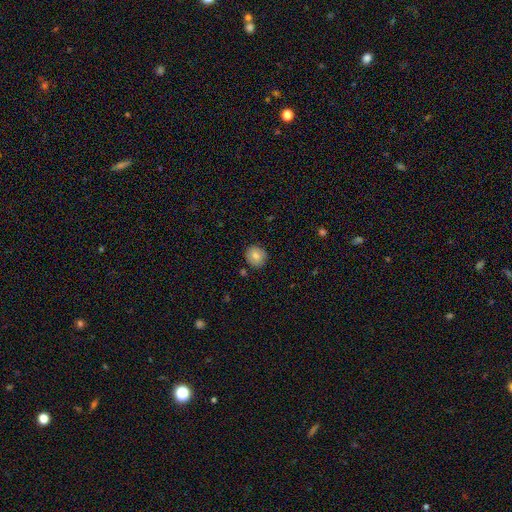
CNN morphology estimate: smooth-or-featured: smooth: 81% | featured or disk: 10% | star or artifact: 9%
  how-rounded: round: 85% | in between: 14% | cigar-shaped: 1%
  merging: none: 86% | minor disturbance: 10% | merger: 2% | major disturbance: 2%